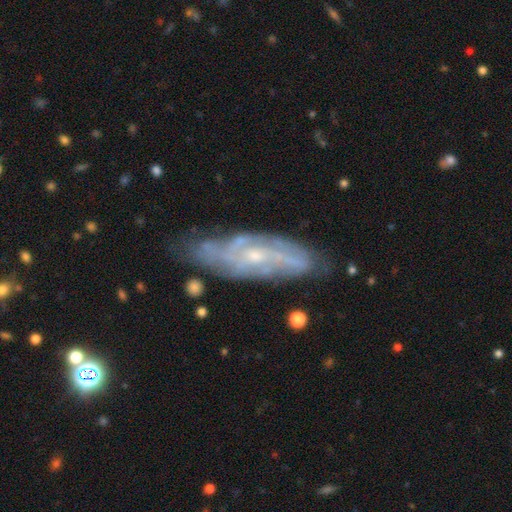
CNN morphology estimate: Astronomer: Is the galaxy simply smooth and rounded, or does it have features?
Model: featured or disk — 81%.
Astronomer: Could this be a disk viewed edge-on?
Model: no — 81%.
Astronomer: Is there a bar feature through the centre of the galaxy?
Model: no — 59%.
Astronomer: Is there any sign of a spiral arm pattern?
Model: yes — 91%.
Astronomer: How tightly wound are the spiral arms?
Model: tight — 52% (runner-up: medium, 37%).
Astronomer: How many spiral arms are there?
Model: can't tell — 40% (runner-up: 2, 27%).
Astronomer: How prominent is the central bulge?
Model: small — 67%.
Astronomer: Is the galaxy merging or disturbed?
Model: none — 71%.